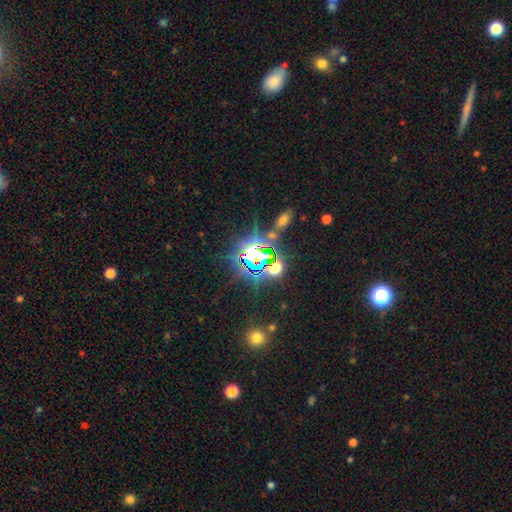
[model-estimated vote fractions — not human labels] Morphology: type=star or artifact (79%).